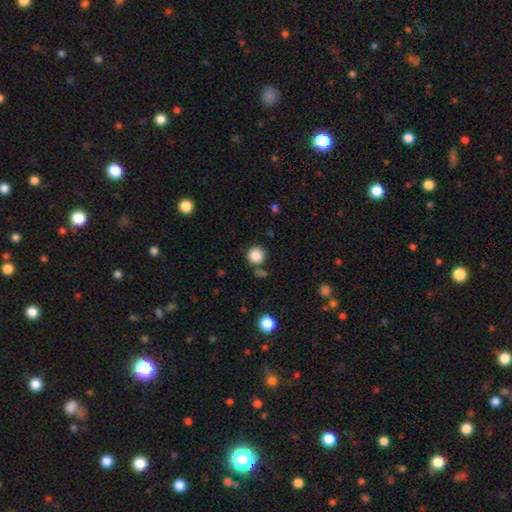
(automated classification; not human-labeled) A smooth galaxy with no disk features (87%) that is round (94%). Merging: none (80%).